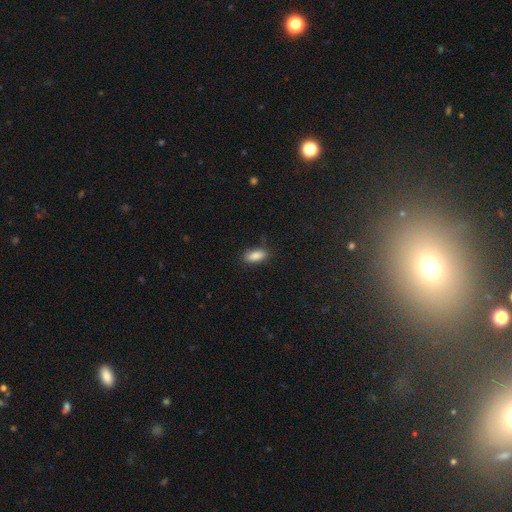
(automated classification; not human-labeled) Overall: smooth (87%). How rounded: in between (87%). Merging: none (84%).